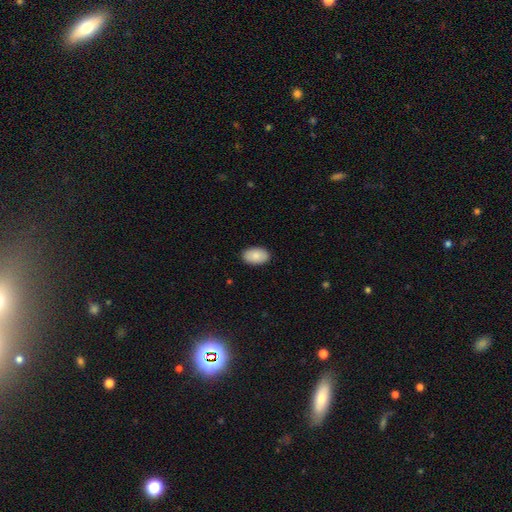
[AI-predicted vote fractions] Smooth or featured? Predicted: smooth (p=0.87). How rounded? Predicted: in between (p=0.93). Merging? Predicted: none (p=0.90).